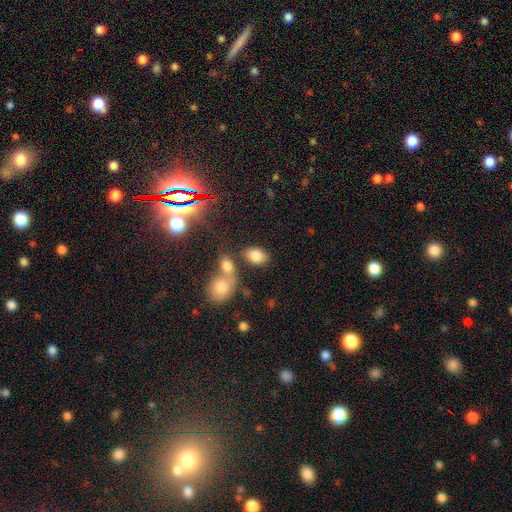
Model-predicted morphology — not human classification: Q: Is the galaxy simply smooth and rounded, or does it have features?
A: smooth — 80%.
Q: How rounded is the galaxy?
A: in between — 80%.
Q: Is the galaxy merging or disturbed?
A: none — 63%.